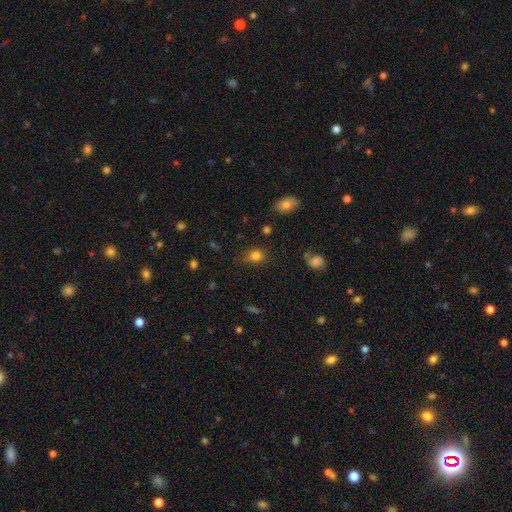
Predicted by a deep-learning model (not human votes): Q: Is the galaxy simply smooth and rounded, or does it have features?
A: smooth — 82%.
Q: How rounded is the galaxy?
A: round — 74%.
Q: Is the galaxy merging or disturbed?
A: none — 72%.